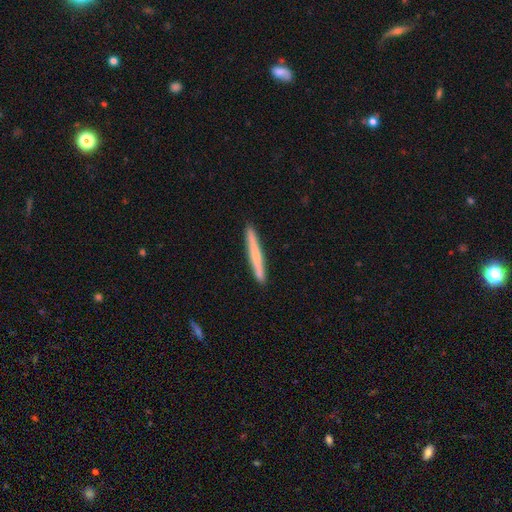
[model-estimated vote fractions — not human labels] smooth 58%, featured or disk 36%, star or artifact 6%. Down the decision tree: how rounded — cigar-shaped (97%); merging — none (92%).